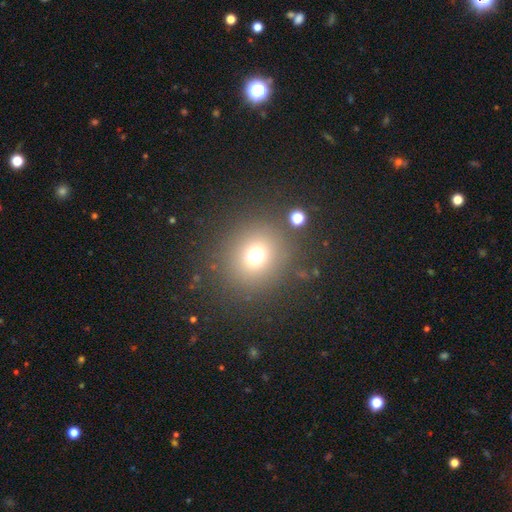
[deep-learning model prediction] Morphology: type=smooth (69%); roundness=round (88%); merging=none (82%).